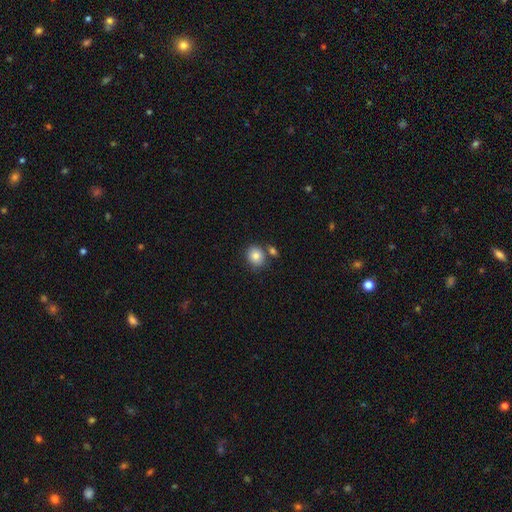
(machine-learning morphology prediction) A smooth galaxy with no disk features (83%) that is round (71%). Merging: none (68%).